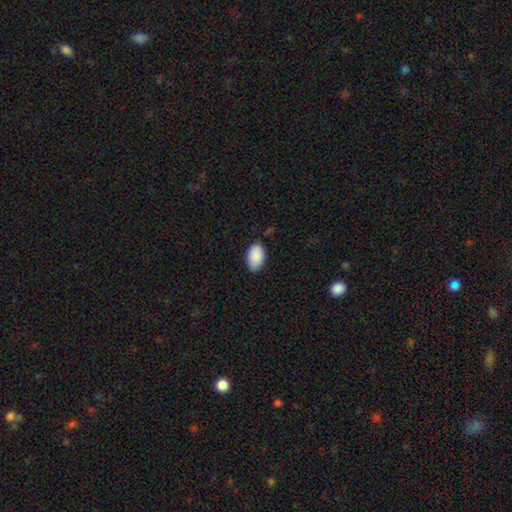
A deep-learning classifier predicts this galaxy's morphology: Overall: smooth (90%). How rounded: in between (93%). Merging: none (83%).